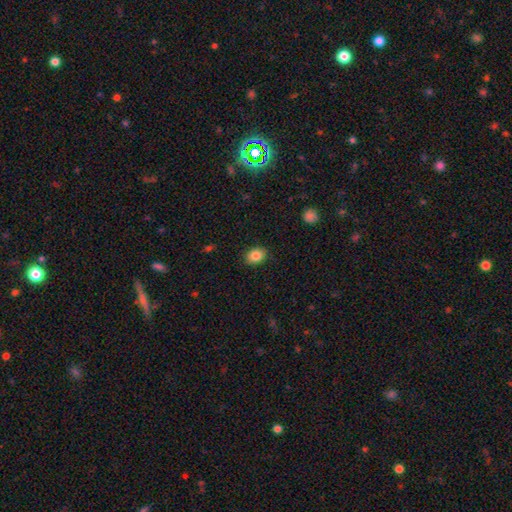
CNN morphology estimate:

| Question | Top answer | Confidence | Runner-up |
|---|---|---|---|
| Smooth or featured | smooth | 84% | star or artifact (9%) |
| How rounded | in between | 64% | round (35%) |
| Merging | none | 88% | minor disturbance (9%) |